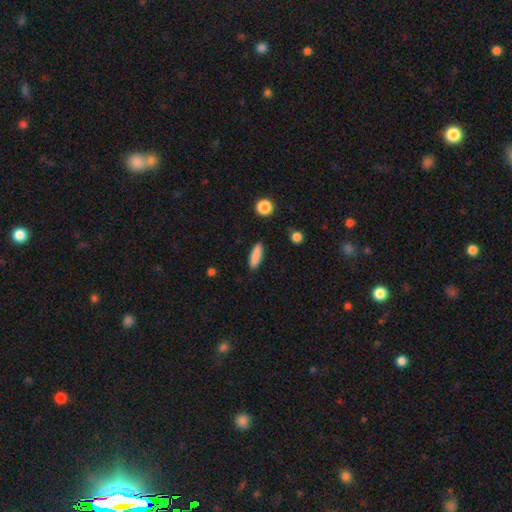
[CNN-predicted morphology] type=smooth (86%); roundness=cigar-shaped (64%); merging=none (89%).